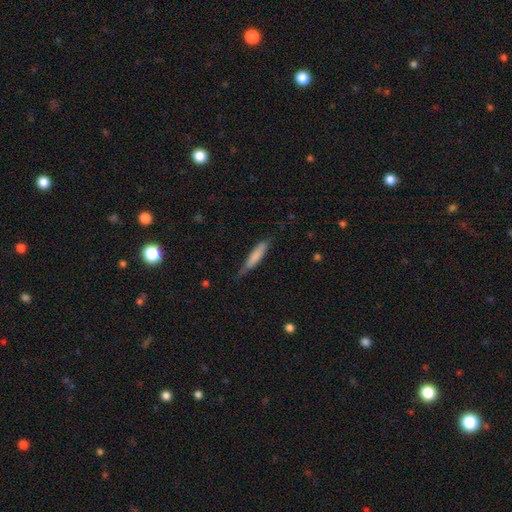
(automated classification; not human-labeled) A smooth galaxy with no disk features (75%) that is cigar-shaped (83%). Merging: none (64%).